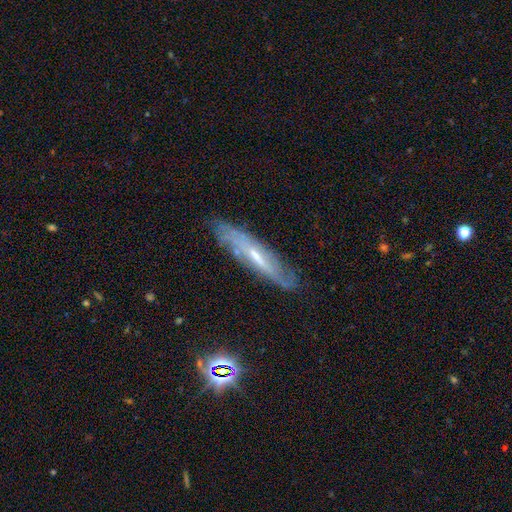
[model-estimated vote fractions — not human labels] Smooth or featured? featured or disk (71%)
Edge-on disk? no (53%)
Merging? none (78%)